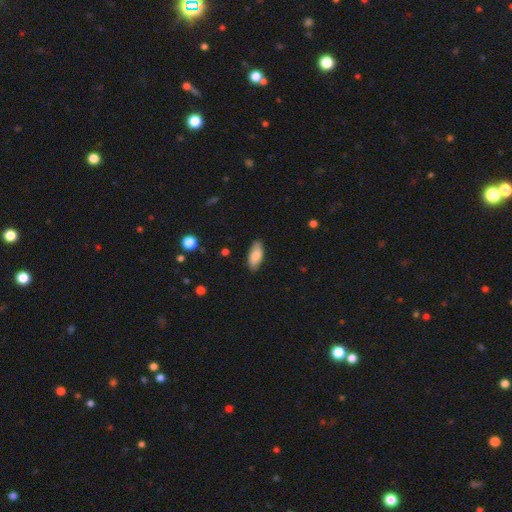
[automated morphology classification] type=smooth (84%); roundness=in between (84%); merging=none (83%).